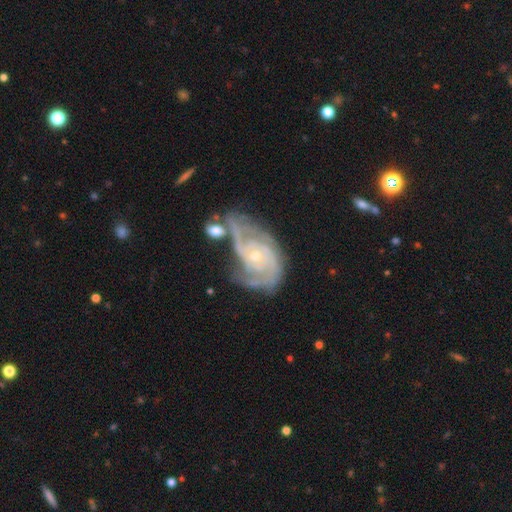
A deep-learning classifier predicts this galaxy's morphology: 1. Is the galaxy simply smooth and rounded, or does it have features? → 89% featured or disk, 6% star or artifact, 5% smooth.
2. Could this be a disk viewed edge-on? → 97% no, 3% yes.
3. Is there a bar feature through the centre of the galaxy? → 68% no, 25% weak, 6% strong.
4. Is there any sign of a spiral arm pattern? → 97% yes, 3% no.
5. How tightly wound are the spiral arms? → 55% tight, 36% medium, 8% loose.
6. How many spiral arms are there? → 44% 2, 23% 3, 18% can't tell, 7% 4, 5% 1, 4% more than 4.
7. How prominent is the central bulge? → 70% small, 26% moderate, 1% none, 1% large, 1% dominant.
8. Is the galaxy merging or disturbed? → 46% none, 24% minor disturbance, 16% major disturbance, 14% merger.